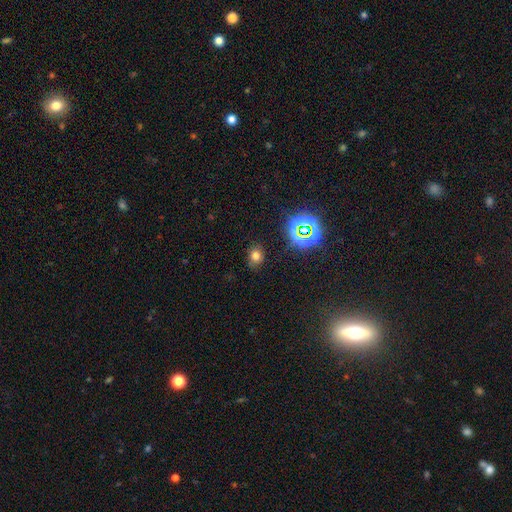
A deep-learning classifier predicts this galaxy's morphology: Smooth or featured?
  - smooth: 69% *
  - star or artifact: 23%
  - featured or disk: 8%
How rounded?
  - round: 61% *
  - in between: 38%
  - cigar-shaped: 1%
Merging?
  - none: 84% *
  - minor disturbance: 11%
  - major disturbance: 3%
  - merger: 2%